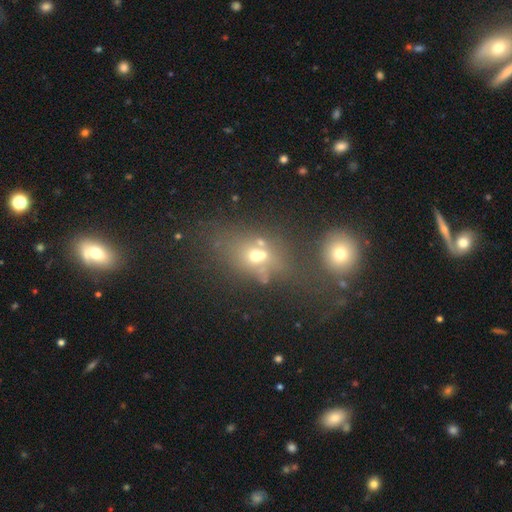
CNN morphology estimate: This is possibly a smooth galaxy (50%). How rounded: possibly in between (58%). Merging: marginally none (42%).